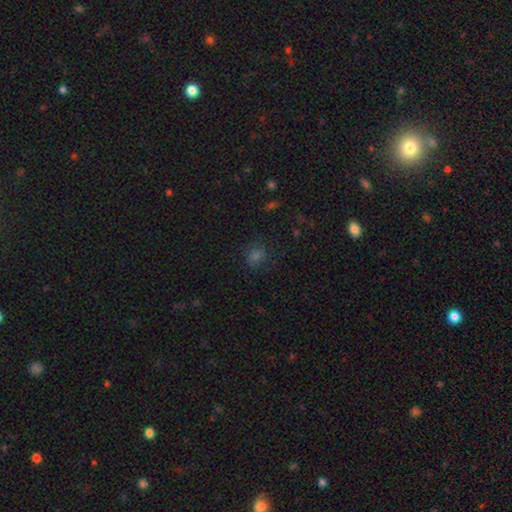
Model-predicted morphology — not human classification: A smooth galaxy with no disk features (66%) that is round (58%). Merging: none (79%).